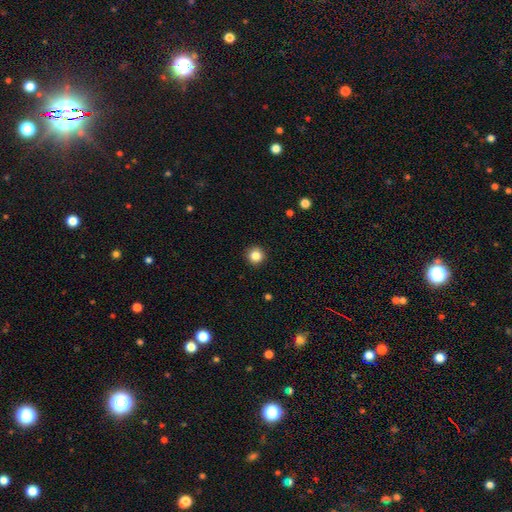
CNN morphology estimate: type=smooth (85%); roundness=round (94%); merging=none (92%).